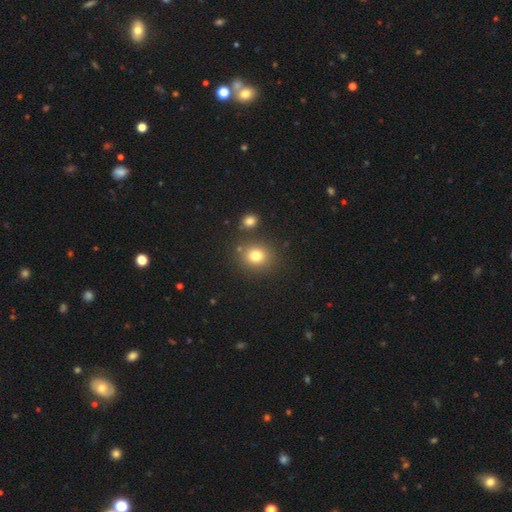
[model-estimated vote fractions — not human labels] smooth_or_featured: smooth (p=0.78) [alt: star or artifact p=0.14]
how_rounded: round (p=0.81) [alt: in between p=0.18]
merging: none (p=0.80) [alt: minor disturbance p=0.08]